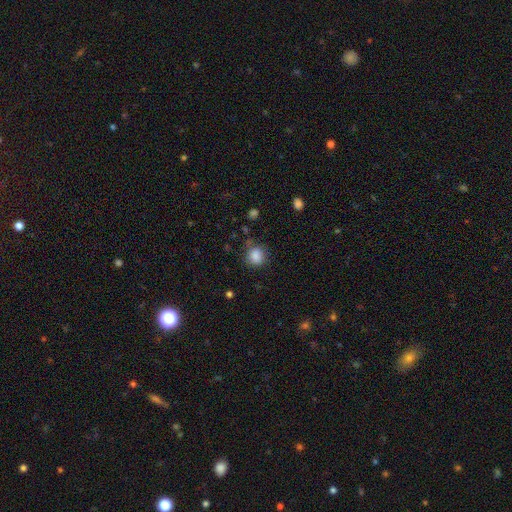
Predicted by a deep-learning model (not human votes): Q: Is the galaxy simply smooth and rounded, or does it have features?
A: smooth — 86%.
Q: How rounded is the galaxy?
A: round — 75%.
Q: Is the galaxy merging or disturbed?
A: none — 76%.